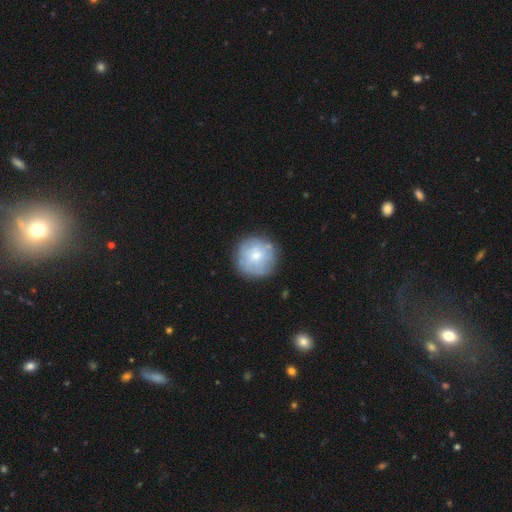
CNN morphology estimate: Overall: smooth (65%; featured or disk 28%). How rounded: round (95%). Merging: none (81%).